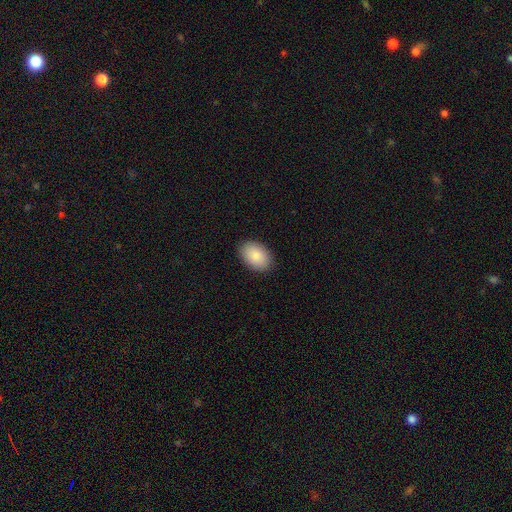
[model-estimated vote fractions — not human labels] A smooth galaxy with no disk features (85%) that is in between round and cigar-shaped (85%). Merging: none (89%).